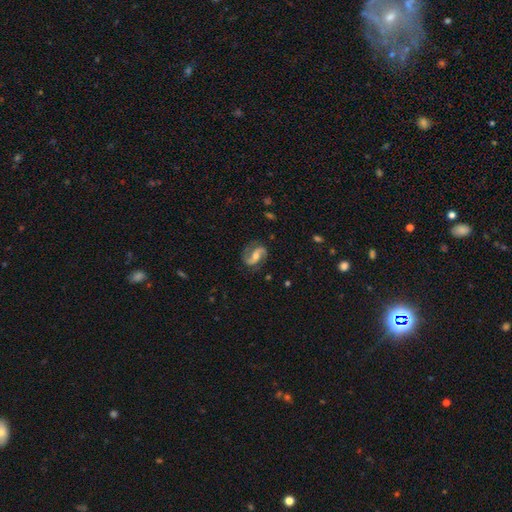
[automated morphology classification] smooth_or_featured: featured or disk (p=0.88) [alt: smooth p=0.07]
disk_edge_on: no (p=0.97) [alt: yes p=0.03]
bar: weak (p=0.39) [alt: no p=0.32]
has_spiral_arms: yes (p=0.97) [alt: no p=0.03]
spiral_winding: medium (p=0.47) [alt: loose p=0.38]
spiral_arm_count: 2 (p=0.93) [alt: 1 p=0.02]
bulge_size: moderate (p=0.59) [alt: small p=0.32]
merging: none (p=0.81) [alt: minor disturbance p=0.13]